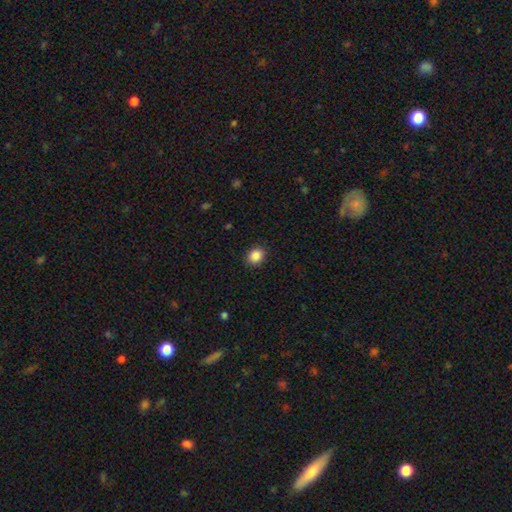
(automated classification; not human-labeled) The model was most divided on "how rounded": round: 66%, in between: 33%, cigar-shaped: 1%. More confident: merging — none (90%); smooth or featured — smooth (88%).